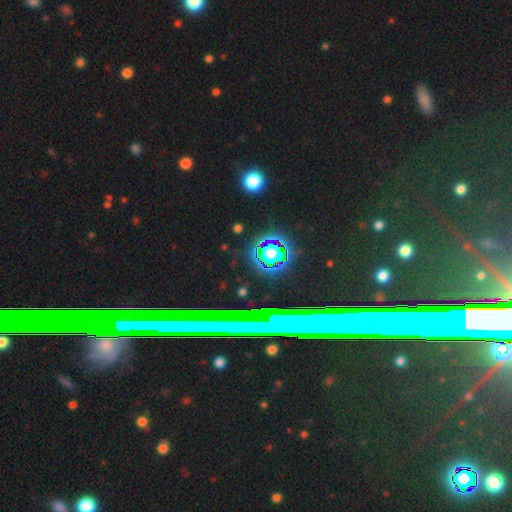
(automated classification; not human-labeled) This is likely a star or artifact rather than a galaxy (76%).